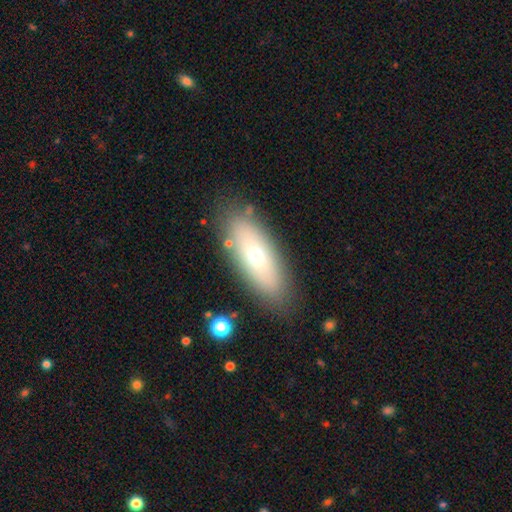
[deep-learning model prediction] Smooth or featured: smooth — 59% (featured or disk — 32%)
How rounded: in between — 71% (cigar-shaped — 26%)
Merging: none — 83% (minor disturbance — 11%)